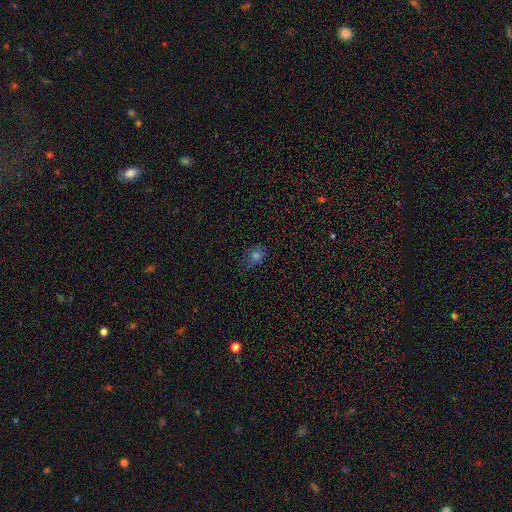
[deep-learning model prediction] The model was most divided on "how rounded": round: 53%, in between: 45%, cigar-shaped: 2%. More confident: merging — none (74%); smooth or featured — smooth (63%).